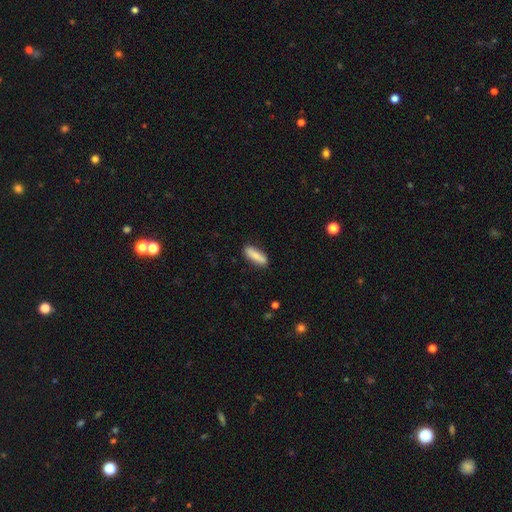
A smooth galaxy with no disk features (74%) that is cigar-shaped (48%).

Vote fractions:
- Smooth or featured? smooth: 74% / featured or disk: 21% / star or artifact: 5%
- How rounded? cigar-shaped: 48% / in between: 45% / round: 7%
- Merging? none: 95% / minor disturbance: 3% / merger: 3% / major disturbance: 0%